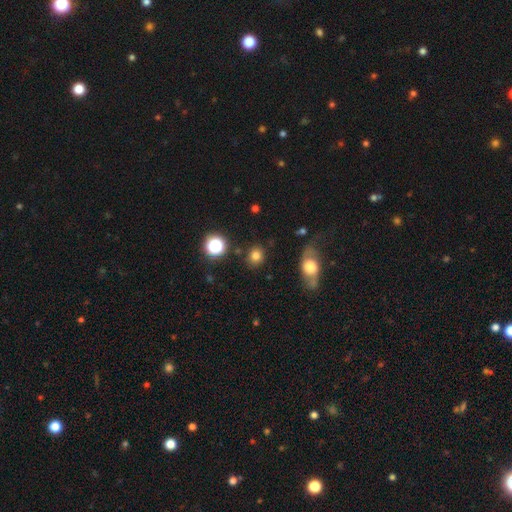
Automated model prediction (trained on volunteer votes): Smooth or featured: smooth — 78% (star or artifact — 14%)
How rounded: round — 78% (in between — 21%)
Merging: none — 86% (minor disturbance — 9%)